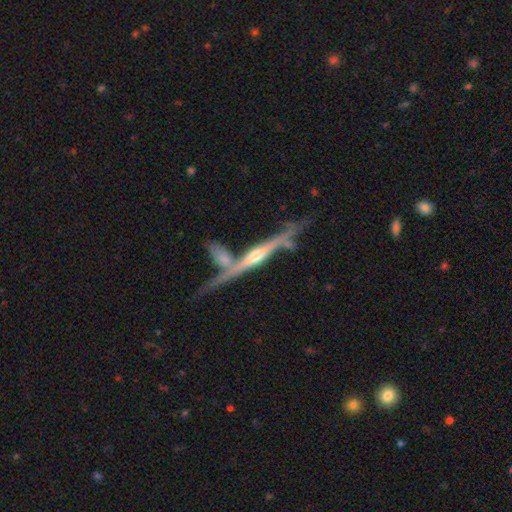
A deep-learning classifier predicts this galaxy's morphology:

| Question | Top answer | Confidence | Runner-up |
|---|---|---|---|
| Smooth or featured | featured or disk | 83% | smooth (11%) |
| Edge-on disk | yes | 94% | no (6%) |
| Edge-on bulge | rounded | 82% | none (12%) |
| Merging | none | 50% | merger (26%) |